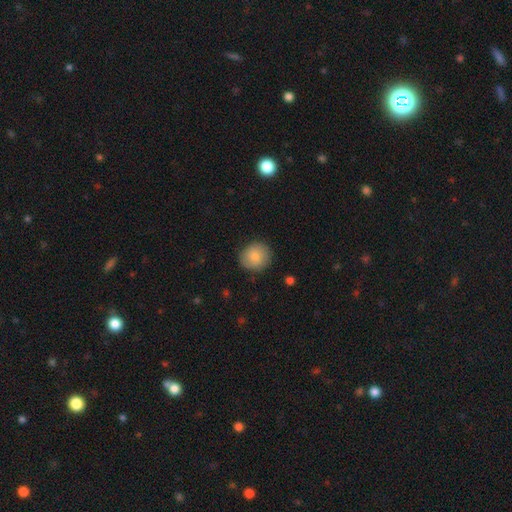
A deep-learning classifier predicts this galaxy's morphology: This appears to be a smooth galaxy with no disk features (82%) that is round (86%). Merging: none (86%).